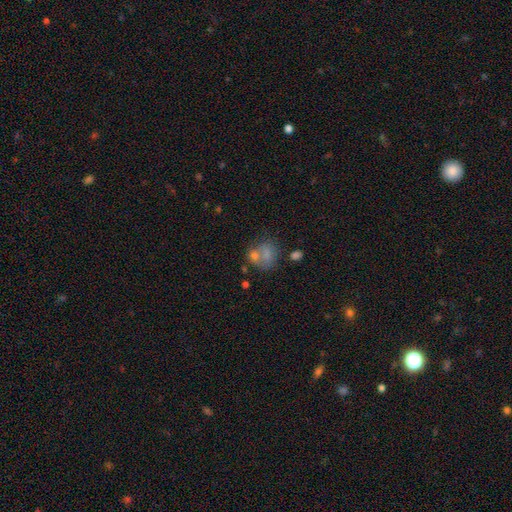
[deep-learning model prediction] This is possibly a smooth galaxy (59%). How rounded: likely round (68%). Merging: possibly none (48%).